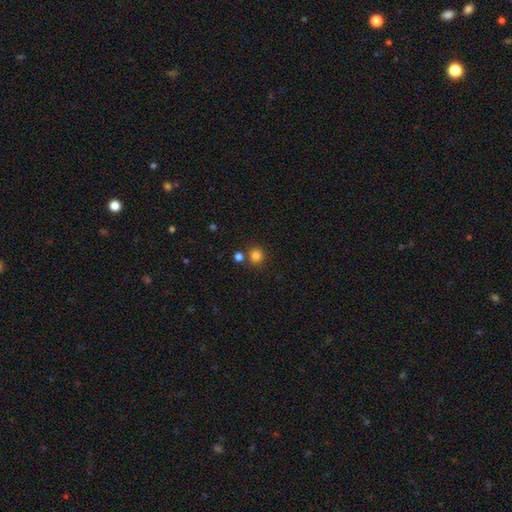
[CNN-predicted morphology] Smooth or featured?
  - smooth: 83% *
  - star or artifact: 13%
  - featured or disk: 4%
How rounded?
  - round: 90% *
  - in between: 9%
  - cigar-shaped: 1%
Merging?
  - none: 77% *
  - merger: 12%
  - minor disturbance: 8%
  - major disturbance: 3%